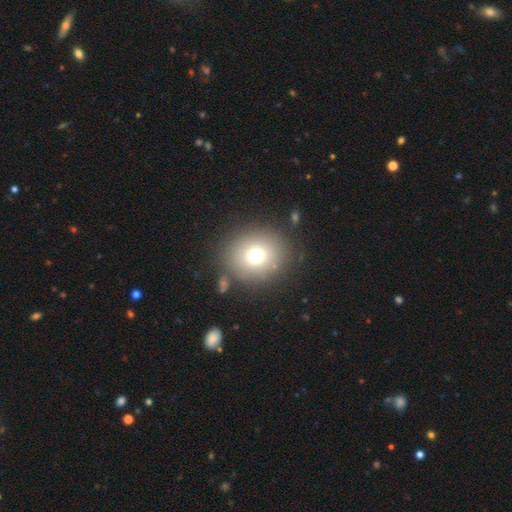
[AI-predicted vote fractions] The model was most divided on "smooth or featured": smooth: 73%, star or artifact: 15%, featured or disk: 13%. More confident: merging — none (83%); how rounded — round (82%).